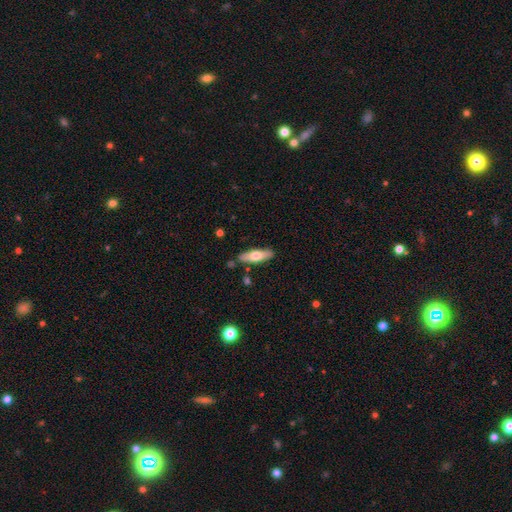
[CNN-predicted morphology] A smooth galaxy with no disk features (60%) that is in between round and cigar-shaped (50%).

Vote fractions:
- Smooth or featured? smooth: 60% / featured or disk: 35% / star or artifact: 6%
- How rounded? in between: 50% / cigar-shaped: 48% / round: 2%
- Merging? none: 85% / minor disturbance: 10% / merger: 3% / major disturbance: 2%